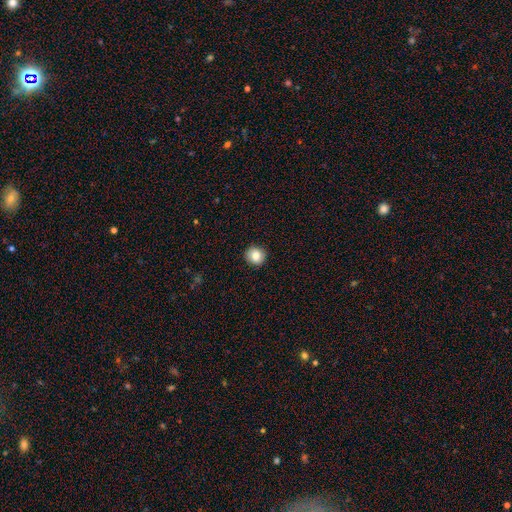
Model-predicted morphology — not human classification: Smooth or featured?
  - smooth: 83% *
  - star or artifact: 9%
  - featured or disk: 9%
How rounded?
  - round: 90% *
  - in between: 9%
  - cigar-shaped: 1%
Merging?
  - none: 90% *
  - minor disturbance: 7%
  - major disturbance: 2%
  - merger: 1%